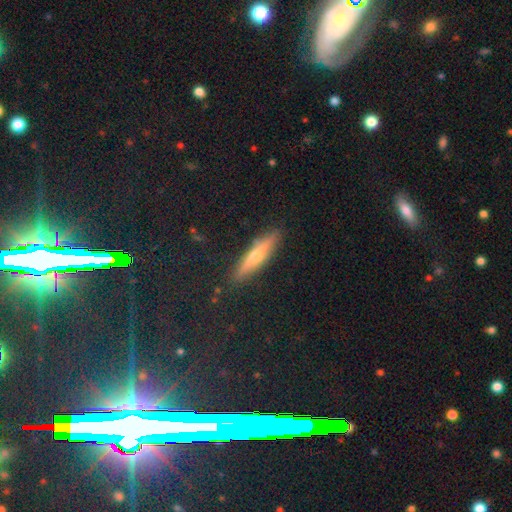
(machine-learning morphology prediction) smooth_or_featured: featured or disk (p=0.54) [alt: smooth p=0.36]
disk_edge_on: yes (p=0.93) [alt: no p=0.07]
merging: none (p=0.89) [alt: minor disturbance p=0.08]